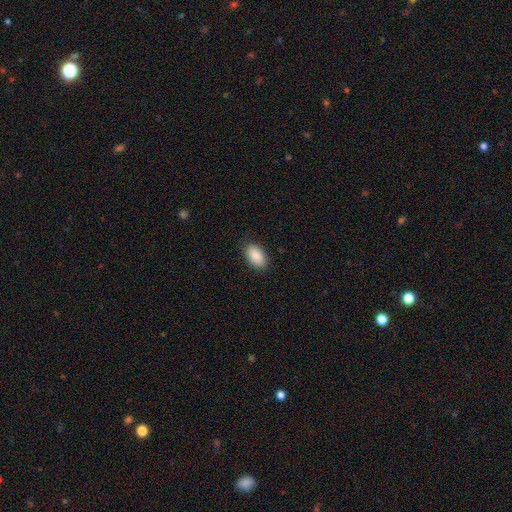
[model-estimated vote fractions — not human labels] Morphology: type=smooth (90%); roundness=in between (93%); merging=none (87%).